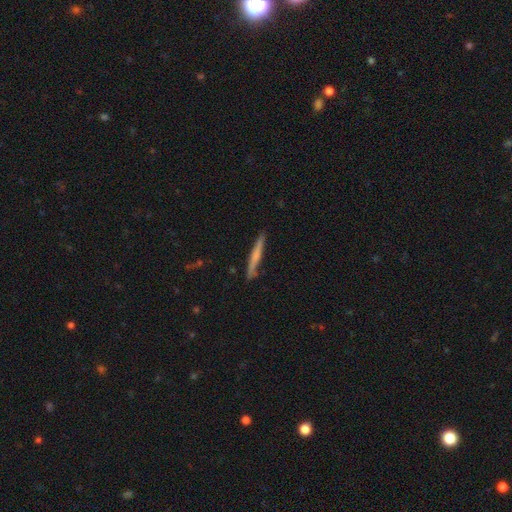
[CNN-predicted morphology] smooth 50%, featured or disk 45%, star or artifact 6%. Down the decision tree: merging — none (86%).